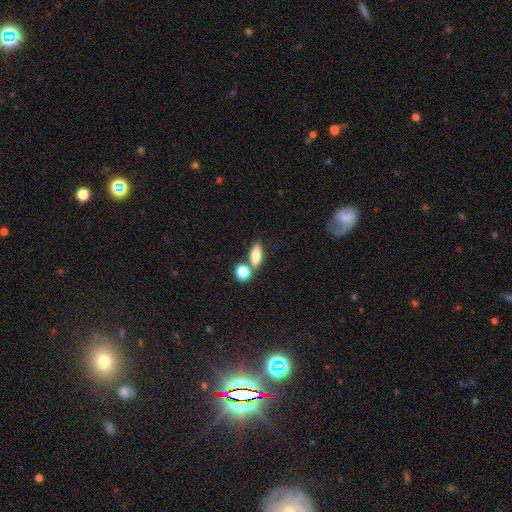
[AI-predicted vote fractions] Smooth or featured? Predicted: smooth (p=0.75). How rounded? Predicted: in between (p=0.63). Merging? Predicted: none (p=0.63).